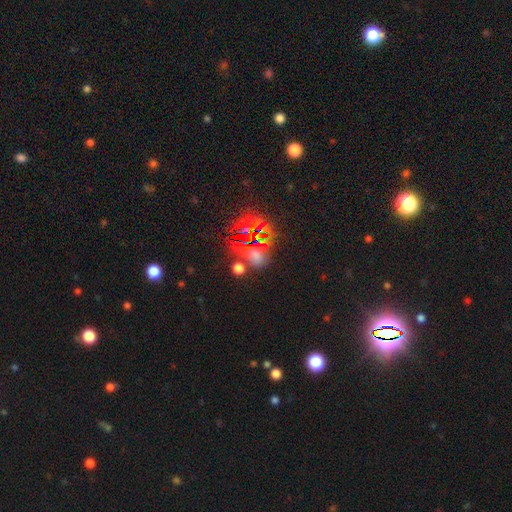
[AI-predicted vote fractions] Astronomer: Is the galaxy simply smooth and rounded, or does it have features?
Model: star or artifact — 59%.